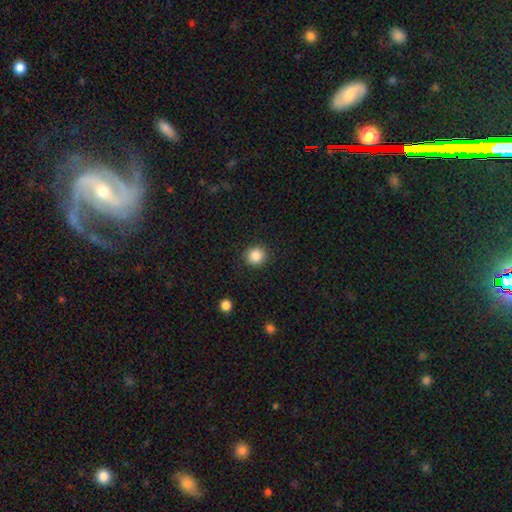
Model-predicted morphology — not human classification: The model was most divided on "smooth or featured": smooth: 86%, star or artifact: 10%, featured or disk: 4%. More confident: merging — none (90%); how rounded — round (89%).